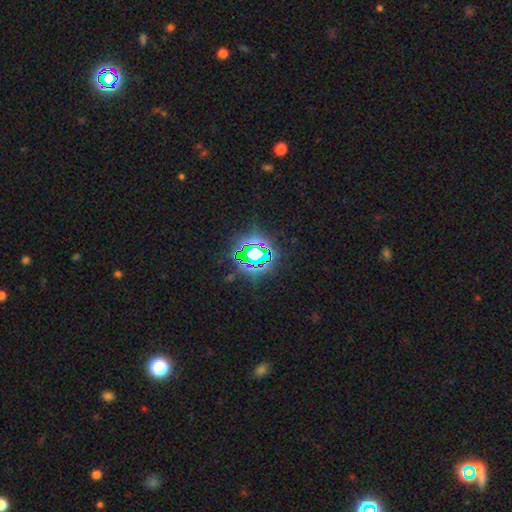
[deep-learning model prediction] Smooth or featured?
  - star or artifact: 75% *
  - smooth: 14%
  - featured or disk: 10%